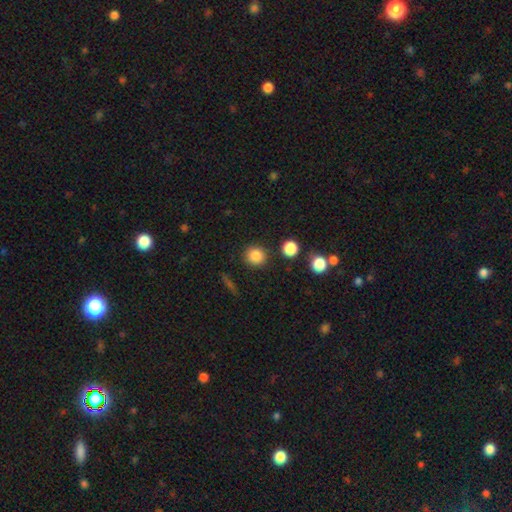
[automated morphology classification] Smooth or featured? smooth (85%)
How rounded? round (91%)
Merging? none (88%)